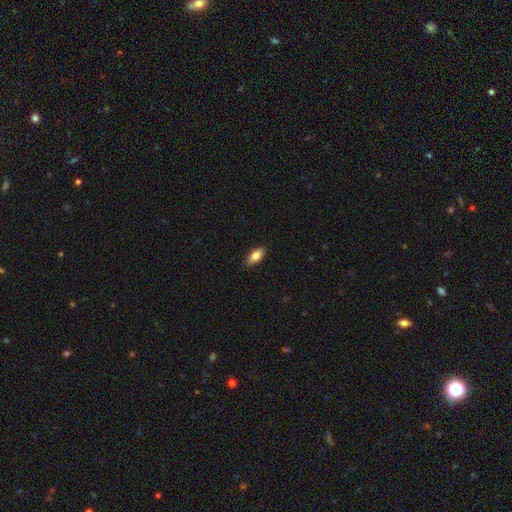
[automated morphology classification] Smooth or featured?
  - smooth: 81% *
  - featured or disk: 13%
  - star or artifact: 7%
How rounded?
  - in between: 85% *
  - cigar-shaped: 12%
  - round: 3%
Merging?
  - none: 88% *
  - minor disturbance: 9%
  - major disturbance: 2%
  - merger: 1%